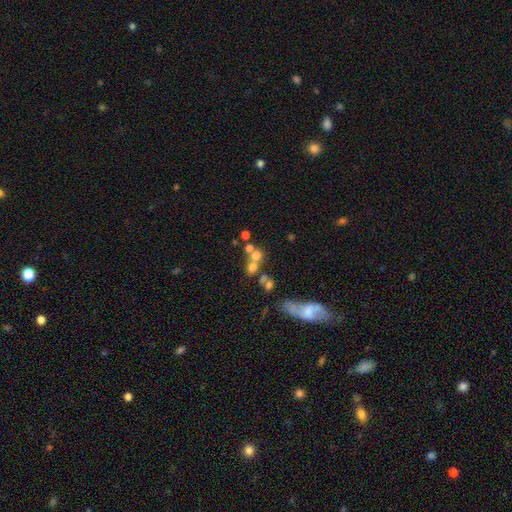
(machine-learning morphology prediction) A smooth galaxy with no disk features (59%) that is round (78%).

Vote fractions:
- Smooth or featured? smooth: 59% / featured or disk: 23% / star or artifact: 18%
- How rounded? round: 78% / in between: 20% / cigar-shaped: 2%
- Merging? merger: 51% / none: 35% / minor disturbance: 8% / major disturbance: 6%